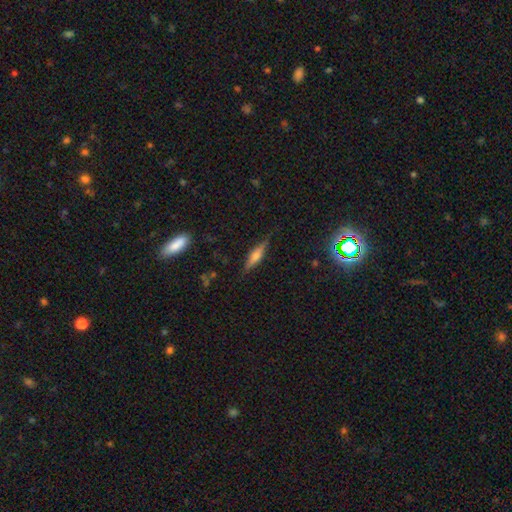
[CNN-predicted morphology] This appears to be a featured or disk galaxy (51%) viewed edge-on (94%). Merging: none (81%).